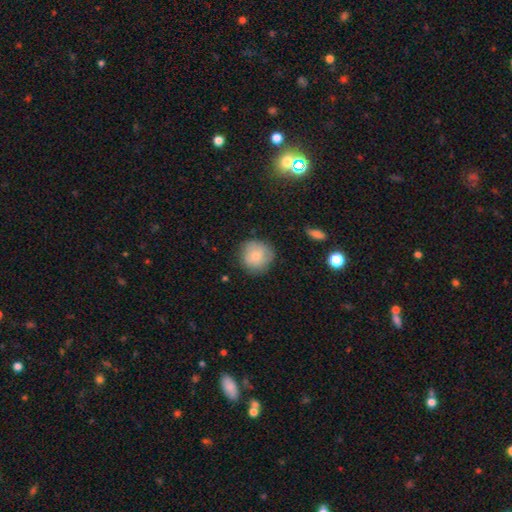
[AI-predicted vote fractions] Smooth or featured? Predicted: smooth (p=0.75). How rounded? Predicted: round (p=0.91). Merging? Predicted: none (p=0.76).